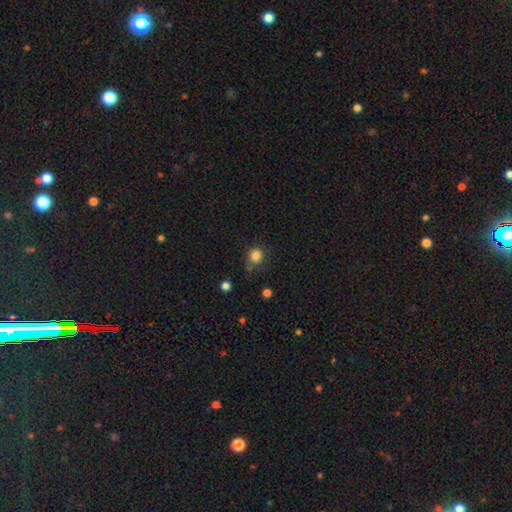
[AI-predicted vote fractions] Q: Smooth or featured?
A: smooth (83%); runner-up: star or artifact (11%)
Q: How rounded?
A: round (83%); runner-up: in between (16%)
Q: Merging?
A: none (67%); runner-up: minor disturbance (21%)